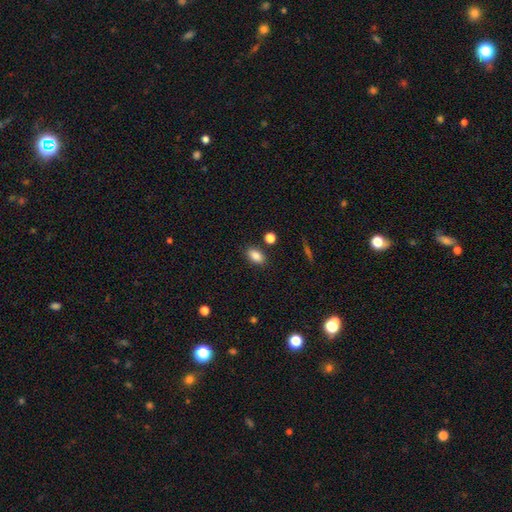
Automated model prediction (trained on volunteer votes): Smooth or featured?
  - smooth: 85% *
  - star or artifact: 9%
  - featured or disk: 6%
How rounded?
  - in between: 86% *
  - round: 11%
  - cigar-shaped: 3%
Merging?
  - none: 83% *
  - minor disturbance: 10%
  - merger: 4%
  - major disturbance: 3%